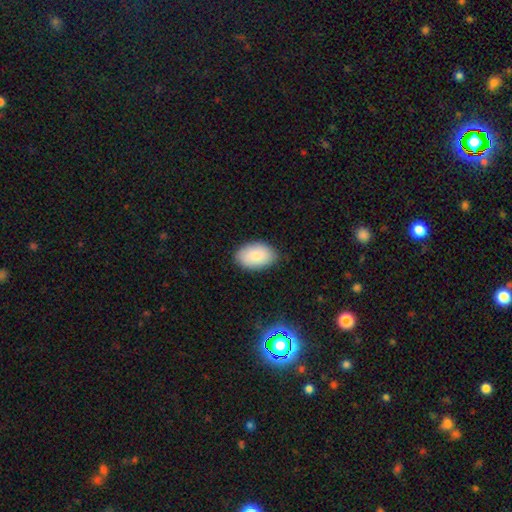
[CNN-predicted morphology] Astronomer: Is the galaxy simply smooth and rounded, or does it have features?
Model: smooth — 84%.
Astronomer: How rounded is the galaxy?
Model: in between — 91%.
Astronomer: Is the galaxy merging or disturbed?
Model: none — 84%.